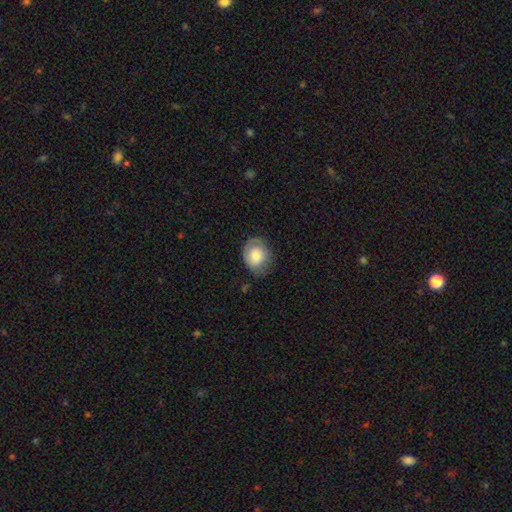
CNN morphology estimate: This appears to be a smooth galaxy with no disk features (67%) that is round (55%). Merging: none (62%).